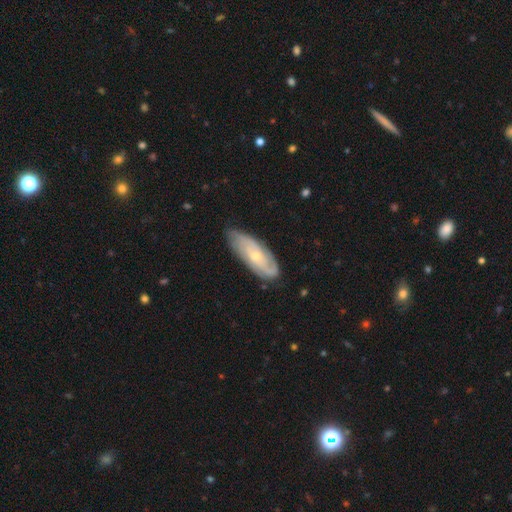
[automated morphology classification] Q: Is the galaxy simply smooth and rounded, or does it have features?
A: featured or disk — 71%.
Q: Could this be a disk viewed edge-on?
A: no — 88%.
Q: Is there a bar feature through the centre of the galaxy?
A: no — 69%.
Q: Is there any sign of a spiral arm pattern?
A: yes — 91%.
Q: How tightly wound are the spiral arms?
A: tight — 59%.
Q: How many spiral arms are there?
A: can't tell — 40%.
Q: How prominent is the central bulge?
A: small — 60%.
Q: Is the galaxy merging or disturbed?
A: none — 73%.